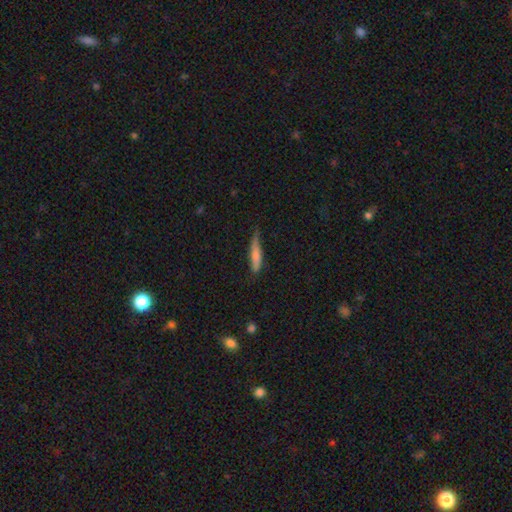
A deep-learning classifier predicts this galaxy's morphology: smooth-or-featured: smooth: 73% | featured or disk: 21% | star or artifact: 6%
  how-rounded: cigar-shaped: 82% | in between: 16% | round: 2%
  merging: none: 52% | minor disturbance: 37% | major disturbance: 9% | merger: 2%